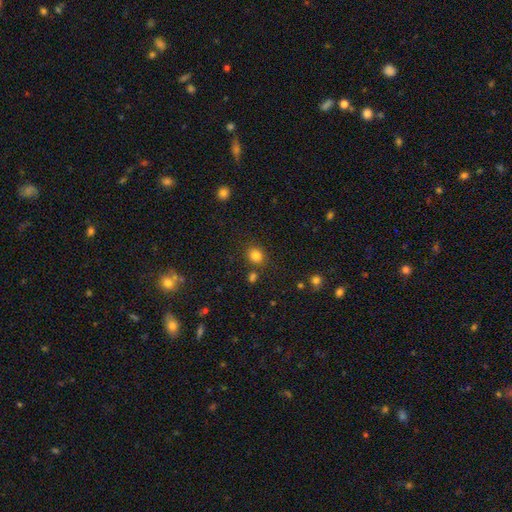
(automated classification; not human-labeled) smooth_or_featured: smooth (p=0.82) [alt: star or artifact p=0.13]
how_rounded: round (p=0.77) [alt: in between p=0.22]
merging: none (p=0.80) [alt: minor disturbance p=0.09]